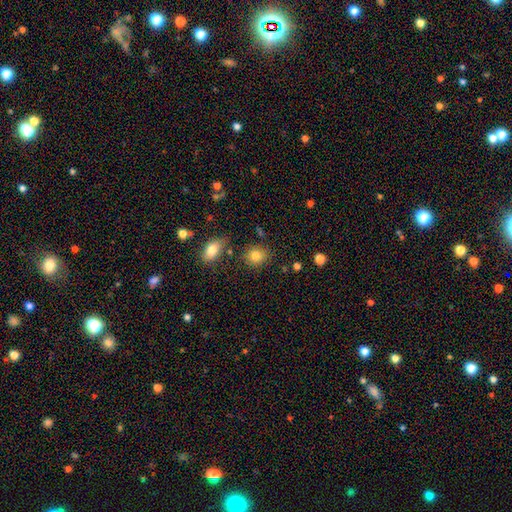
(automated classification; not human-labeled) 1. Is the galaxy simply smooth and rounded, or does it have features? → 83% smooth, 10% star or artifact, 7% featured or disk.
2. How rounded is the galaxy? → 72% round, 27% in between, 1% cigar-shaped.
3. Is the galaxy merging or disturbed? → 79% none, 12% minor disturbance, 5% merger, 4% major disturbance.